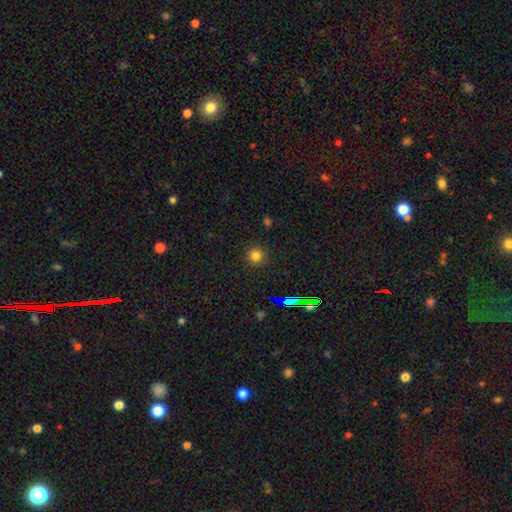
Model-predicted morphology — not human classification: A smooth galaxy with no disk features (78%) that is round (94%). Merging: none (89%).